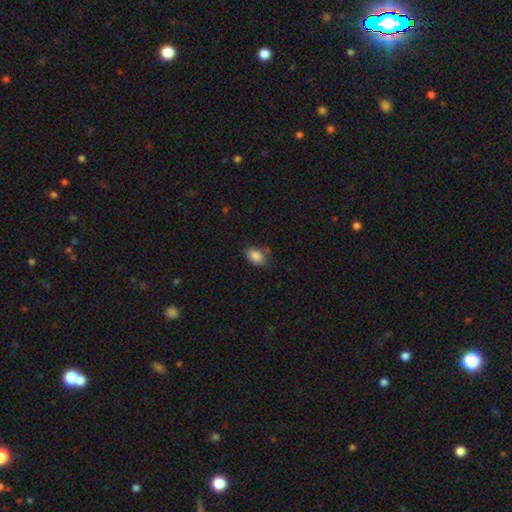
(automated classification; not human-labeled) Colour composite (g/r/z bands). It shows a smooth galaxy with no disk features (86%) that is in between round and cigar-shaped (85%). Merging: none (67%).